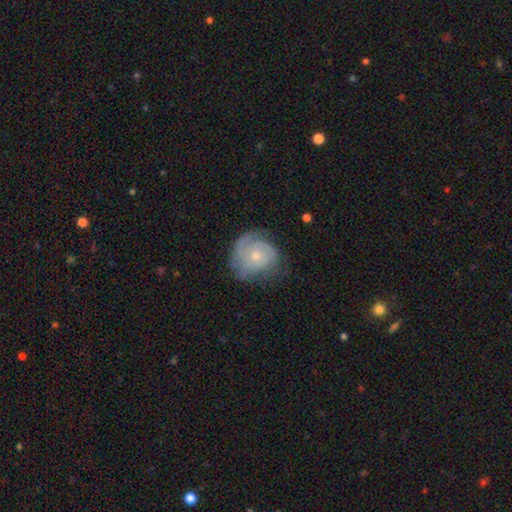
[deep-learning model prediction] featured or disk 68%, smooth 26%, star or artifact 7%. Down the decision tree: edge-on disk — no (98%); bar — no (82%); spiral arms — yes (87%); spiral arm count — can't tell (37%); spiral winding — tight (60%); bulge size — small (61%); merging — none (61%).